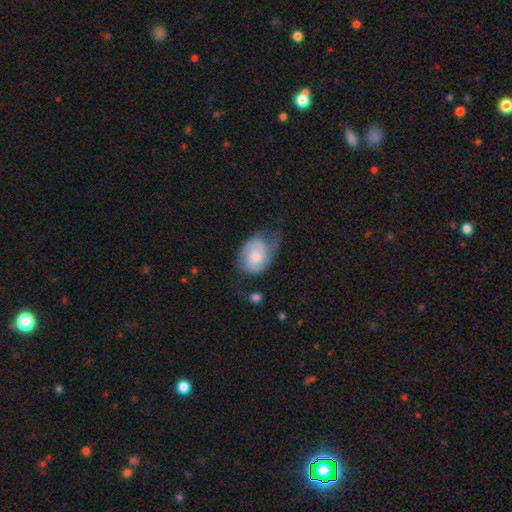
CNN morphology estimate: smooth-or-featured: featured or disk: 56% | smooth: 38% | star or artifact: 6%
  disk-edge-on: no: 97% | yes: 3%
    bar: no: 61% | weak: 34% | strong: 5%
    has-spiral-arms: yes: 85% | no: 15%
    bulge-size: moderate: 54% | small: 36% | large: 5% | none: 4% | dominant: 1%
  merging: none: 43% | minor disturbance: 34% | major disturbance: 19% | merger: 3%